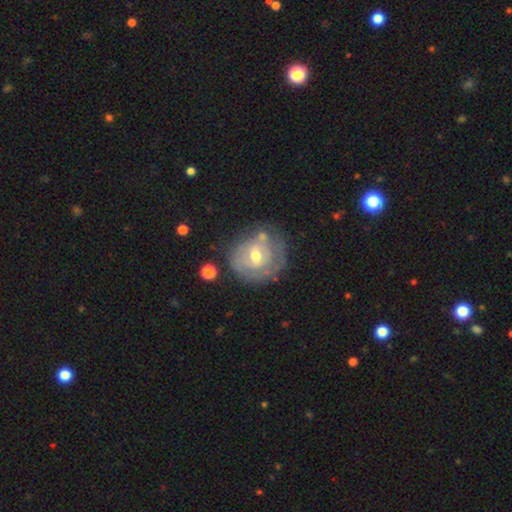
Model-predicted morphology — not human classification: Overall: featured or disk (63%; smooth 29%). Edge-on disk: no (96%). Bar: no (50%; weak 41%). Spiral arms: yes (56%; no 44%). Bulge size: moderate (69%). Merging: none (55%; minor disturbance 24%).